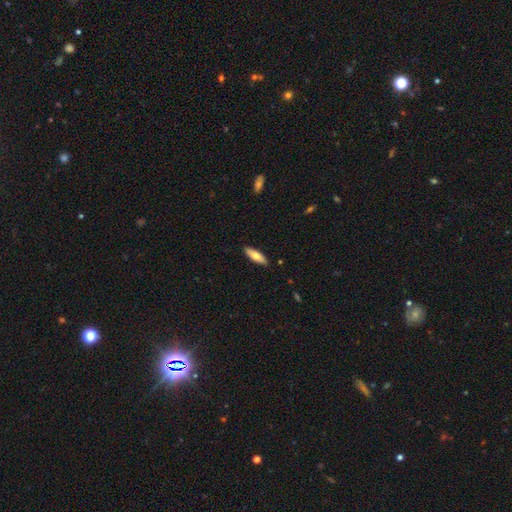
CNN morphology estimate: Smooth or featured? smooth (73%)
How rounded? in between (50%)
Merging? none (89%)